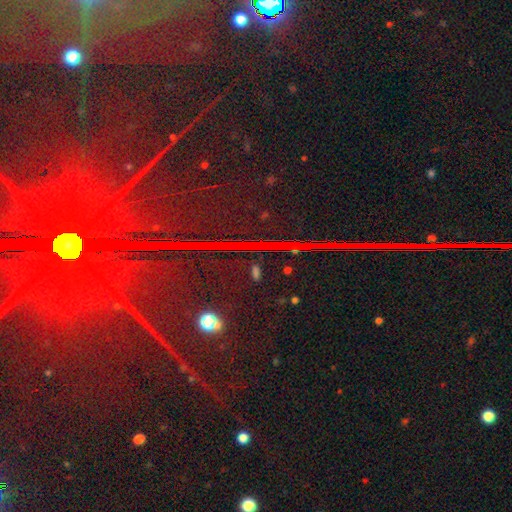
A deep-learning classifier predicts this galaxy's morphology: Overall: star or artifact (86%).